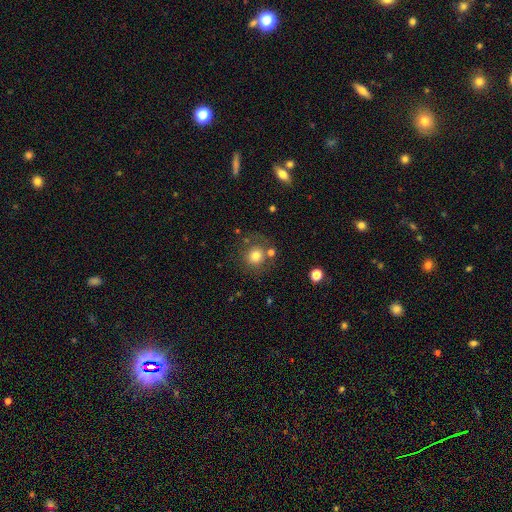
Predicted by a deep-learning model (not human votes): A smooth galaxy with no disk features (76%) that is round (90%).

Vote fractions:
- Smooth or featured? smooth: 76% / star or artifact: 12% / featured or disk: 12%
- How rounded? round: 90% / in between: 10% / cigar-shaped: 1%
- Merging? none: 72% / minor disturbance: 12% / merger: 10% / major disturbance: 6%